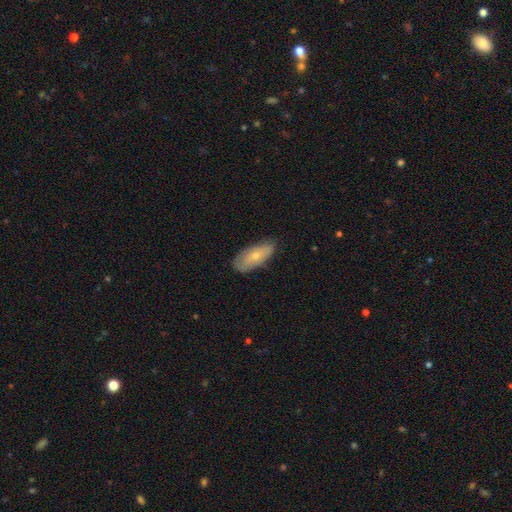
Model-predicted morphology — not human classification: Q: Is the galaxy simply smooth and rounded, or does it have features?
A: smooth — 61%.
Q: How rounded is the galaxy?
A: in between — 82%.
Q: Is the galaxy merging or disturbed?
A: none — 75%.